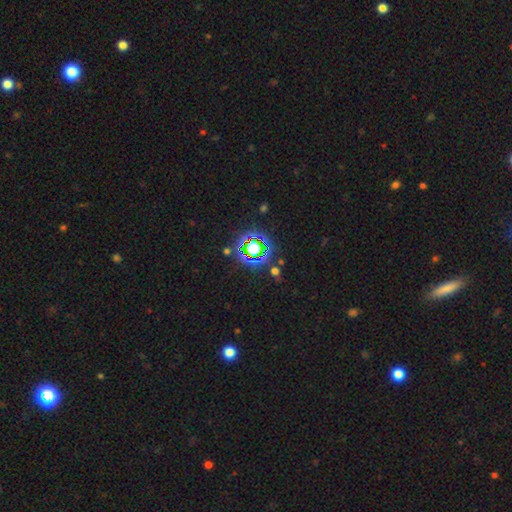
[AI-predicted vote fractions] Smooth or featured? star or artifact (79%)